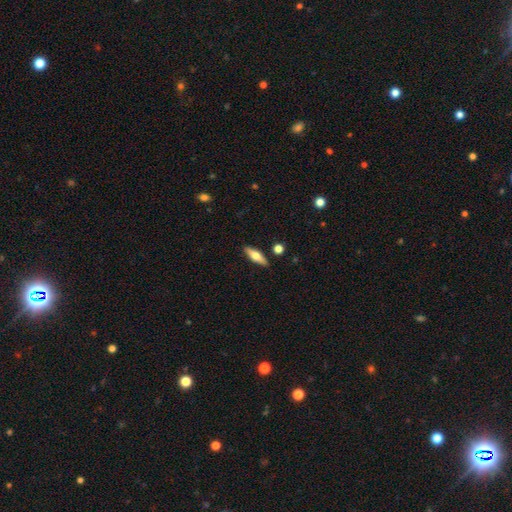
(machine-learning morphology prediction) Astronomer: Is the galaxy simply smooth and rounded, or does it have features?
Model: smooth — 52% (runner-up: featured or disk, 42%).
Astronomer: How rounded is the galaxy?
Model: cigar-shaped — 53% (runner-up: in between, 44%).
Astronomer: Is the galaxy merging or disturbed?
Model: none — 87%.